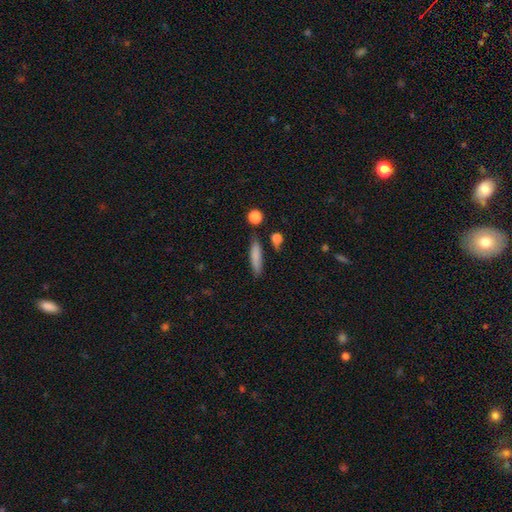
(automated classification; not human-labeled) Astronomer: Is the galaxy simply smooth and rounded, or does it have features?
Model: smooth — 81%.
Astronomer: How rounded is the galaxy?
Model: cigar-shaped — 74%.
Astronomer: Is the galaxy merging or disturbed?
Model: none — 77%.